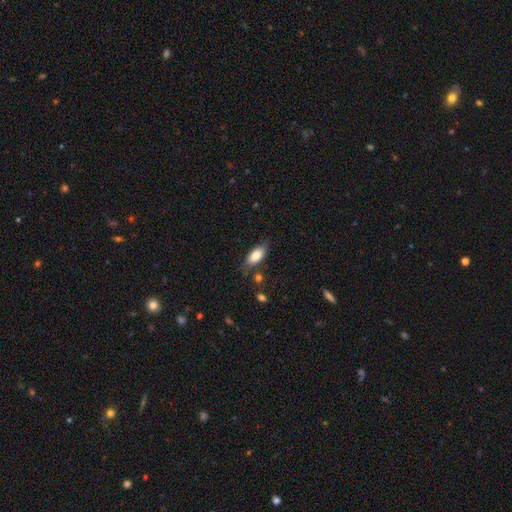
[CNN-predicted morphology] type=smooth (81%); roundness=in between (86%); merging=none (75%).